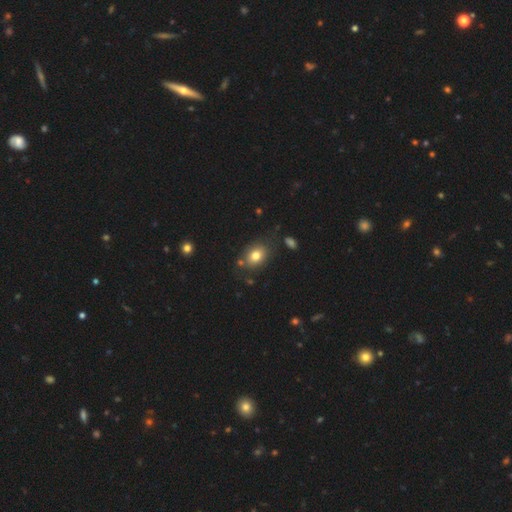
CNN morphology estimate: A smooth galaxy with no disk features (79%) that is in between round and cigar-shaped (65%). Merging: none (76%).